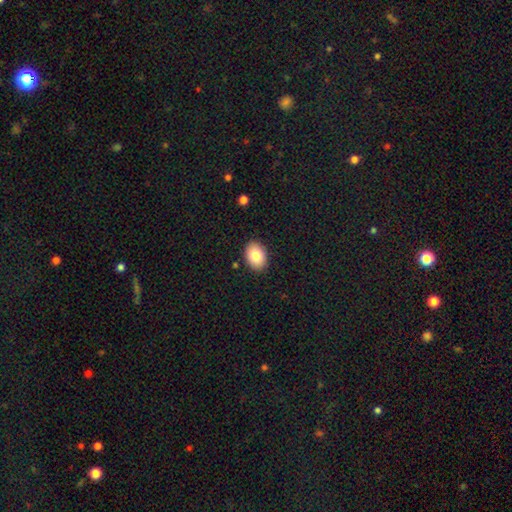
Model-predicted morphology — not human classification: smooth 84%, featured or disk 8%, star or artifact 7%. Down the decision tree: how rounded — in between (80%); merging — none (89%).